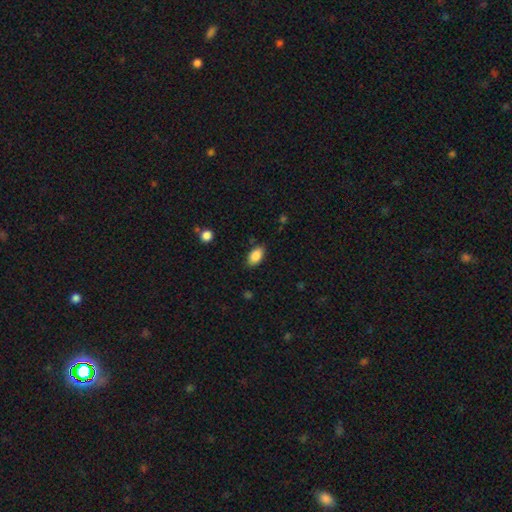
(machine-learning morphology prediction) A smooth galaxy with no disk features (88%) that is in between round and cigar-shaped (92%). Merging: none (85%).